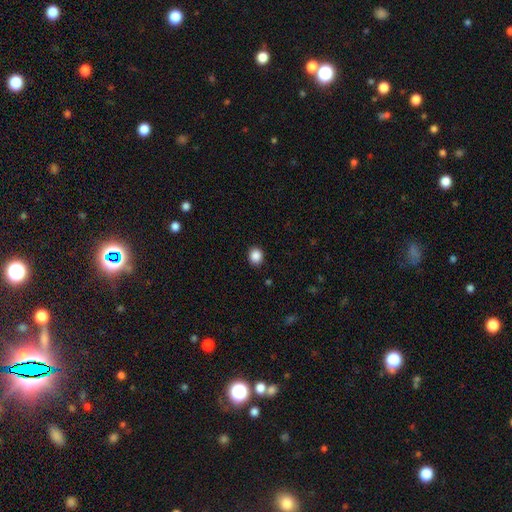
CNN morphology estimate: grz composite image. It shows a smooth galaxy with no disk features (88%) that is round (73%). Merging: none (90%).